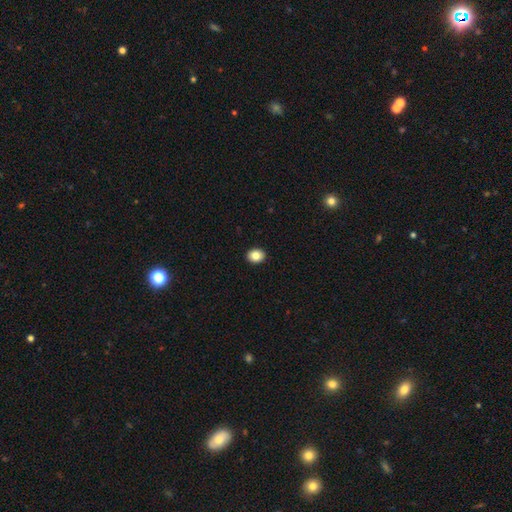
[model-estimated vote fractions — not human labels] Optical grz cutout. It shows a smooth galaxy with no disk features (84%) that is round (57%). Merging: none (92%).